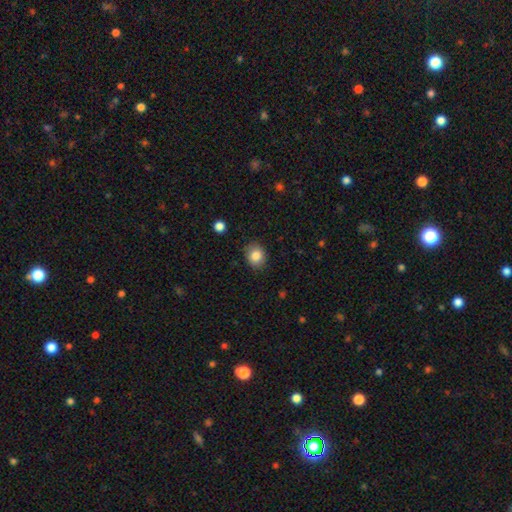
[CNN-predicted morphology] type=smooth (84%); roundness=round (65%); merging=none (85%).